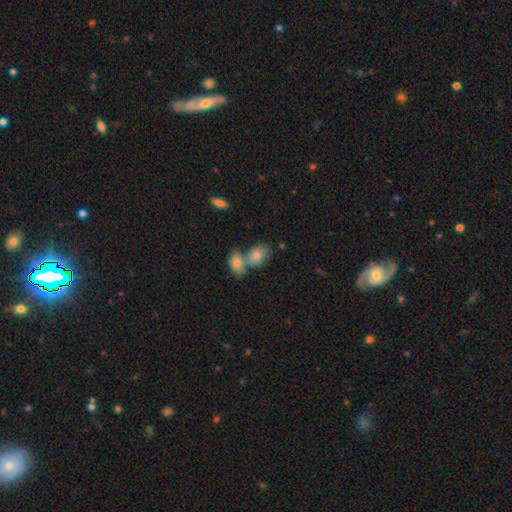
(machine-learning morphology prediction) Q: Smooth or featured?
A: smooth (65%); runner-up: featured or disk (20%)
Q: How rounded?
A: in between (72%); runner-up: round (26%)
Q: Merging?
A: merger (45%); runner-up: none (41%)